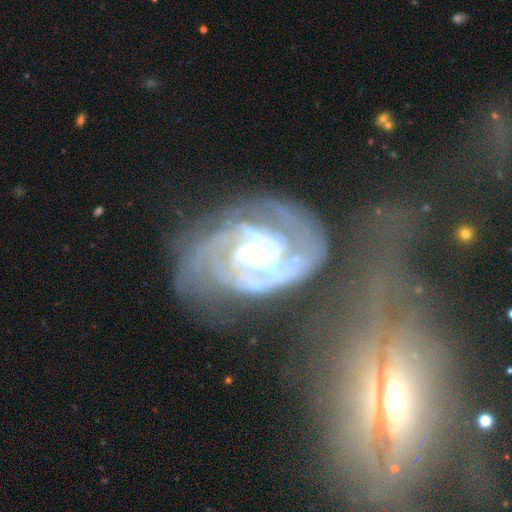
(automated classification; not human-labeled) The model was most divided on "bulge size": small: 43%, moderate: 41%, large: 7%, none: 6%, dominant: 2%. Remaining: edge-on disk — no (97%); spiral arms — yes (93%); smooth or featured — featured or disk (87%); spiral winding — tight (59%); bar — no (56%); spiral arm count — 2 (36%); merging — major disturbance (33%).